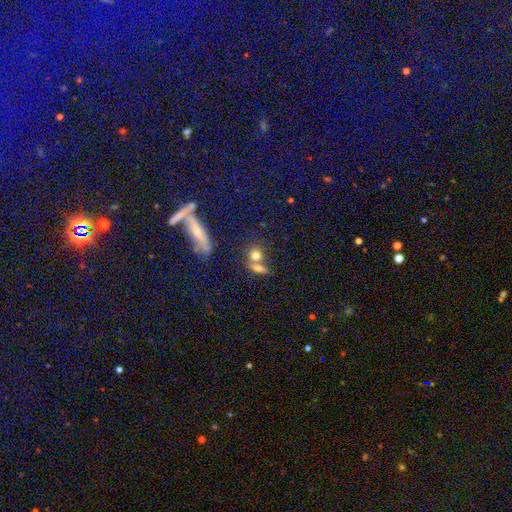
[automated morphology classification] Smooth or featured? smooth (72%)
How rounded? round (59%)
Merging? none (46%)